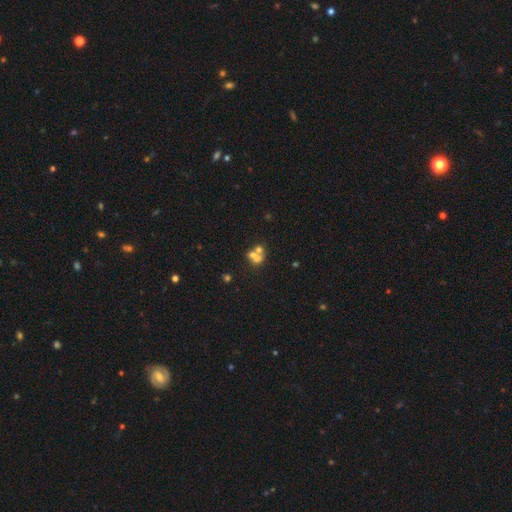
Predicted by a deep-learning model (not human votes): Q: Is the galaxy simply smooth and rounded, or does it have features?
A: smooth — 51%.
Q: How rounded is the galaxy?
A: round — 66%.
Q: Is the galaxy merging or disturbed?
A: merger — 56%.